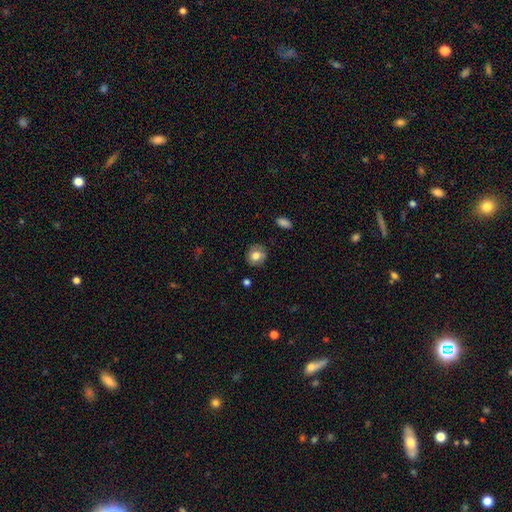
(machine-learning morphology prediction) The model was most divided on "smooth or featured": smooth: 72%, featured or disk: 19%, star or artifact: 8%. More confident: merging — none (81%); how rounded — round (79%).